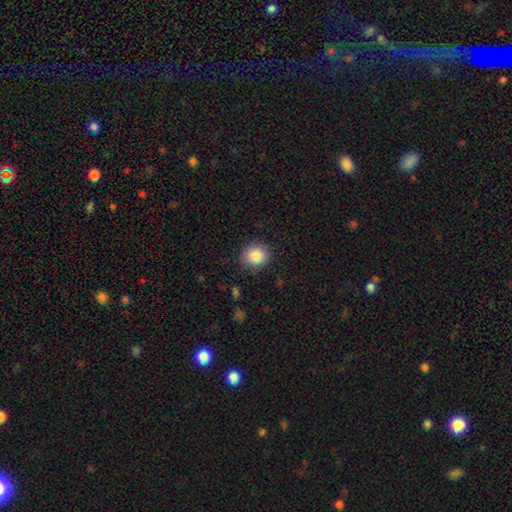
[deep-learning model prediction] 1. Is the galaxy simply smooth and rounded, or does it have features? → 87% smooth, 8% star or artifact, 4% featured or disk.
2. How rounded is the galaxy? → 83% round, 16% in between, 1% cigar-shaped.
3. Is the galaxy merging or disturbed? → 86% none, 10% minor disturbance, 3% major disturbance, 1% merger.